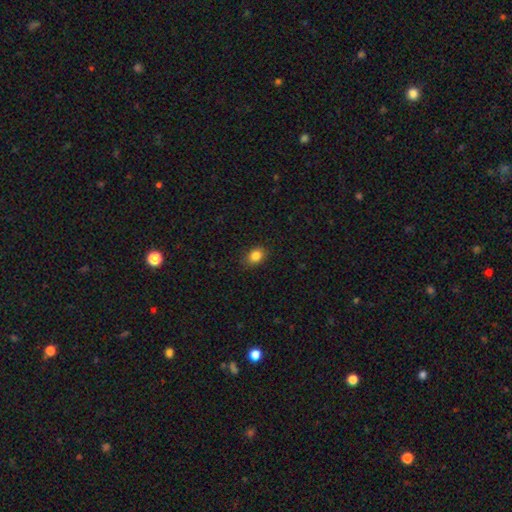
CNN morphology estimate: A smooth galaxy with no disk features (85%) that is in between round and cigar-shaped (61%). Merging: none (85%).